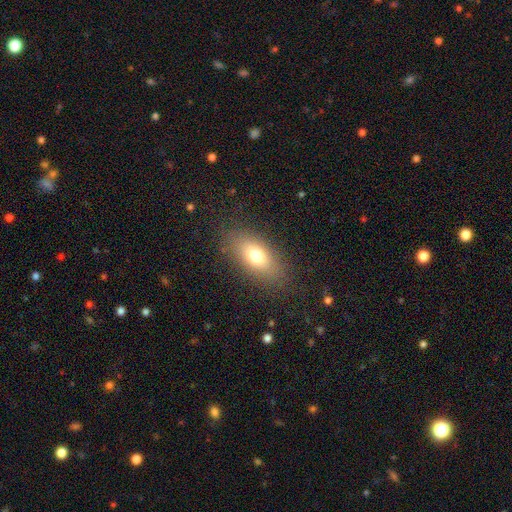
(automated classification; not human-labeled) This appears to be a smooth galaxy with no disk features (72%) that is in between round and cigar-shaped (84%). Merging: none (83%).